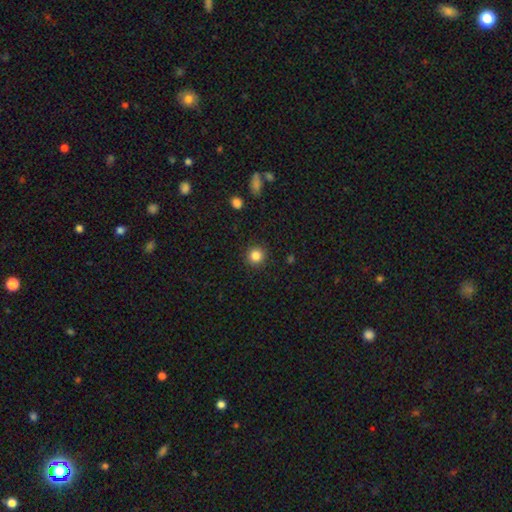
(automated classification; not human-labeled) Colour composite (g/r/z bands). It shows a smooth galaxy with no disk features (85%) that is round (93%). Merging: none (91%).